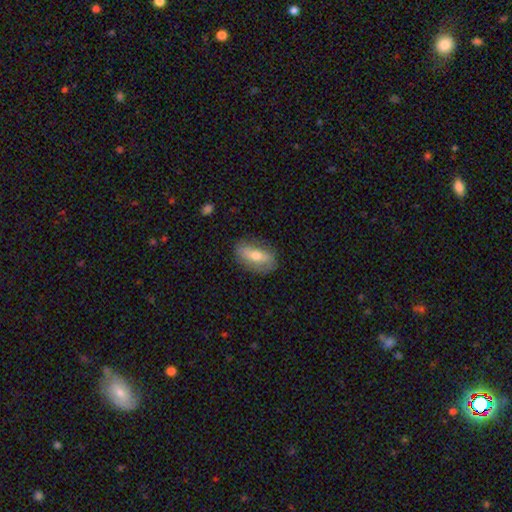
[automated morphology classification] Smooth or featured? Predicted: smooth (p=0.59). How rounded? Predicted: in between (p=0.79). Merging? Predicted: none (p=0.81).